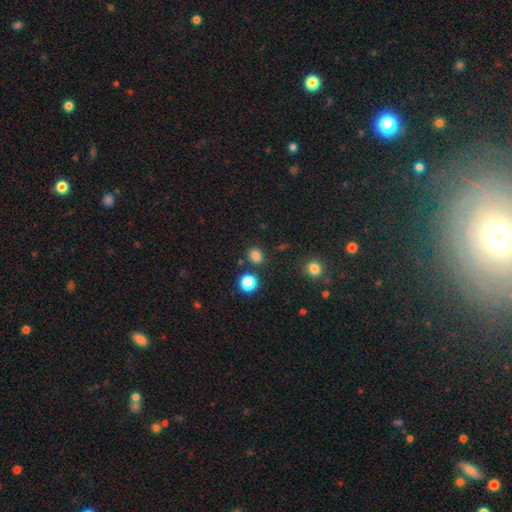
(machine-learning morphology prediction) Smooth or featured: smooth — 81% (star or artifact — 16%)
How rounded: round — 71% (in between — 28%)
Merging: none — 82% (minor disturbance — 9%)